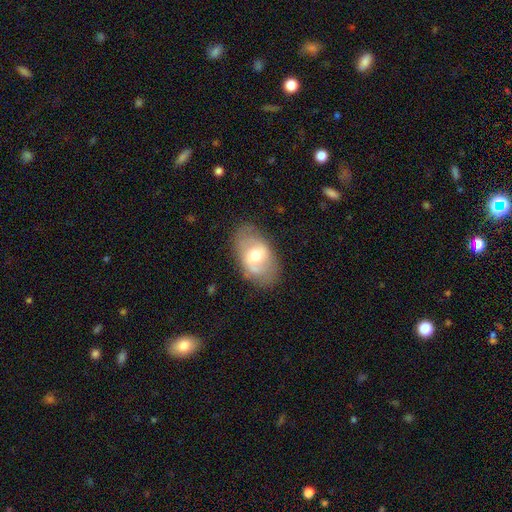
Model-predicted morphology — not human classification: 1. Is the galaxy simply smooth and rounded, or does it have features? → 50% featured or disk, 43% smooth, 7% star or artifact.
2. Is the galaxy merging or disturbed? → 75% none, 17% minor disturbance, 6% major disturbance, 2% merger.